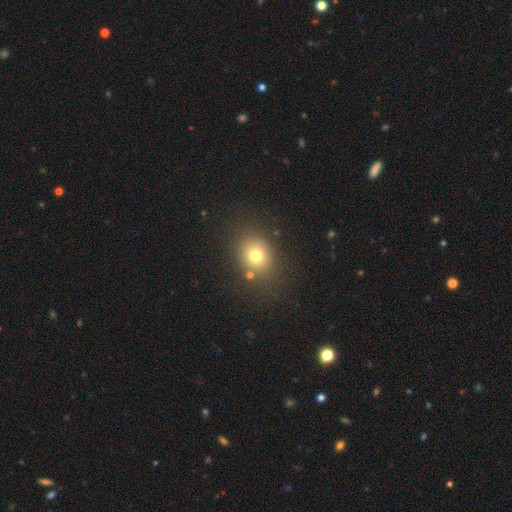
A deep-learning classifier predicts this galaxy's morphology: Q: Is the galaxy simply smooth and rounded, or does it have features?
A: smooth — 74%.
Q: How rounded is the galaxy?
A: round — 66%.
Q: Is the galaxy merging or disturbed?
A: none — 79%.